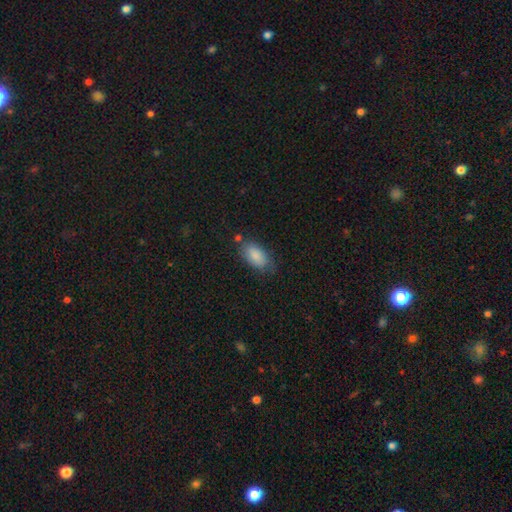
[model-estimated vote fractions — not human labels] Q: Smooth or featured?
A: smooth (86%); runner-up: featured or disk (8%)
Q: How rounded?
A: in between (92%); runner-up: round (4%)
Q: Merging?
A: none (69%); runner-up: minor disturbance (21%)